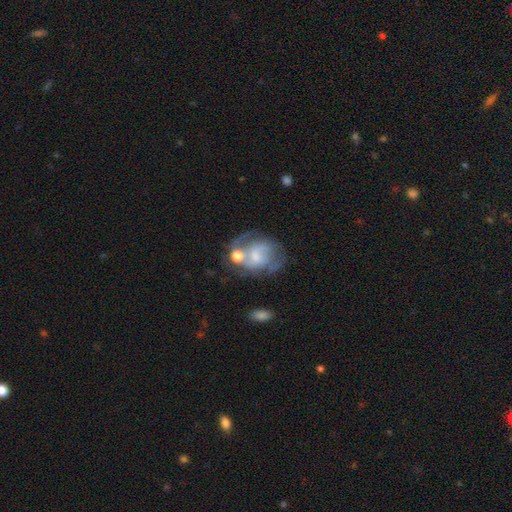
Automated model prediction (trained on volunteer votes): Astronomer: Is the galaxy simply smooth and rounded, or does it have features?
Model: featured or disk — 62%.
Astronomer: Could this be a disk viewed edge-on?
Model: no — 97%.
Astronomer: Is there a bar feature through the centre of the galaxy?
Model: no — 55% (runner-up: weak, 37%).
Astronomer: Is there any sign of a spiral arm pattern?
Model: yes — 70%.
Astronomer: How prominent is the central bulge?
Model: small — 42% (runner-up: moderate, 30%).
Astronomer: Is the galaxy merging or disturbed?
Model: none — 36% (runner-up: merger, 23%).